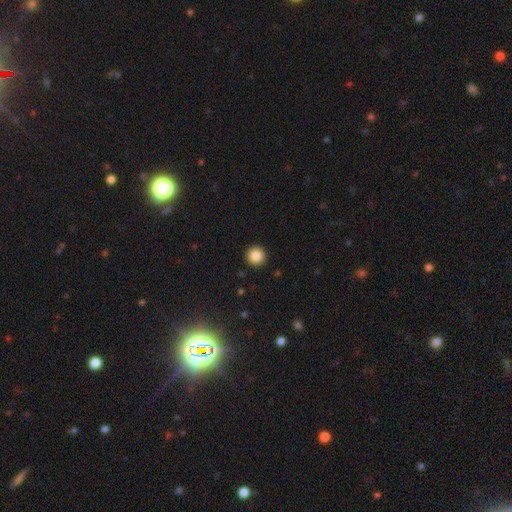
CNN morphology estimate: A smooth galaxy with no disk features (86%) that is round (96%).

Vote fractions:
- Smooth or featured? smooth: 86% / star or artifact: 10% / featured or disk: 5%
- How rounded? round: 96% / in between: 3% / cigar-shaped: 1%
- Merging? none: 93% / minor disturbance: 4% / major disturbance: 1% / merger: 1%